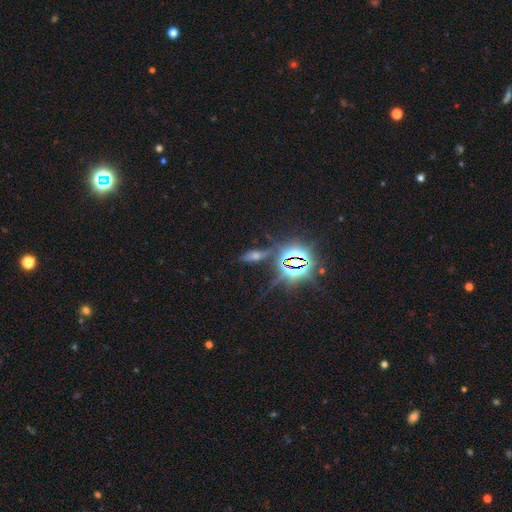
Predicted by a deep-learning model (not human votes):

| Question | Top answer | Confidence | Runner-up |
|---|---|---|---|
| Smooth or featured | star or artifact | 56% | smooth (23%) |